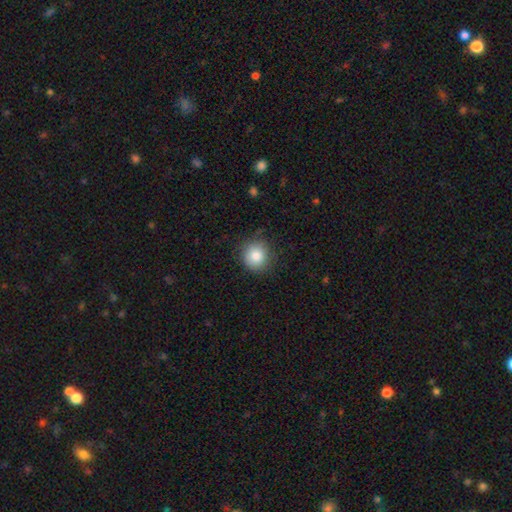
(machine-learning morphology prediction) A smooth galaxy with no disk features (84%) that is round (90%).

Vote fractions:
- Smooth or featured? smooth: 84% / star or artifact: 10% / featured or disk: 6%
- How rounded? round: 90% / in between: 9% / cigar-shaped: 1%
- Merging? none: 85% / minor disturbance: 11% / major disturbance: 3% / merger: 1%